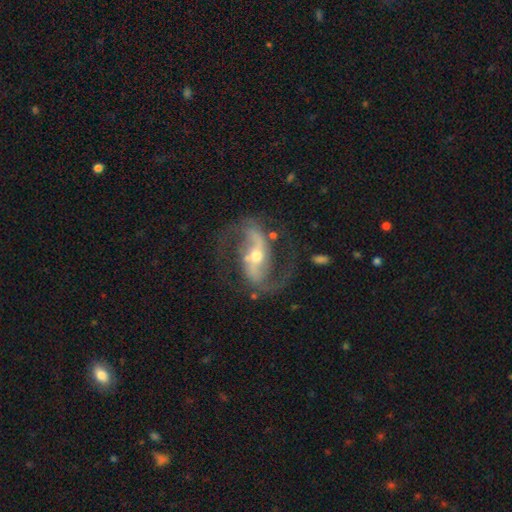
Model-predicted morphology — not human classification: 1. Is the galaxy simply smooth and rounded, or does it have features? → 91% featured or disk, 5% star or artifact, 4% smooth.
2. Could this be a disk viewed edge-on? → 96% no, 4% yes.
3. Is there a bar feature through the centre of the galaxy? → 50% strong, 32% weak, 18% no.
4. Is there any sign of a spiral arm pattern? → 97% yes, 3% no.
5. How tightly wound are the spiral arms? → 49% medium, 41% loose, 11% tight.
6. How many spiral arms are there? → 93% 2, 2% can't tell, 2% 1, 1% 3, 1% 4, 1% more than 4.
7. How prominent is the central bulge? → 55% moderate, 39% small, 3% large, 1% none, 1% dominant.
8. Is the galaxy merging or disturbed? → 76% none, 13% minor disturbance, 9% major disturbance, 2% merger.